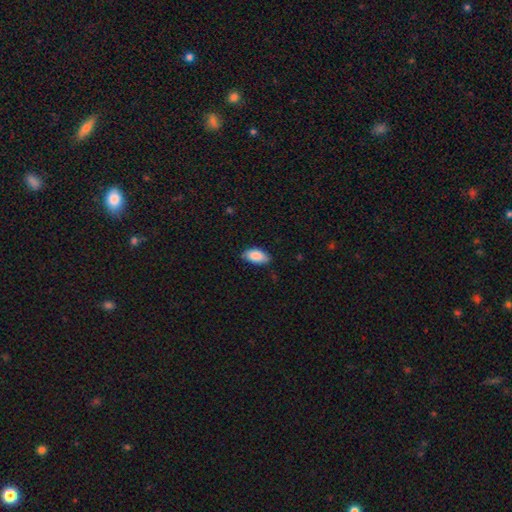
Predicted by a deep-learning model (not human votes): smooth 87%, featured or disk 7%, star or artifact 6%. Down the decision tree: how rounded — in between (93%); merging — none (79%).